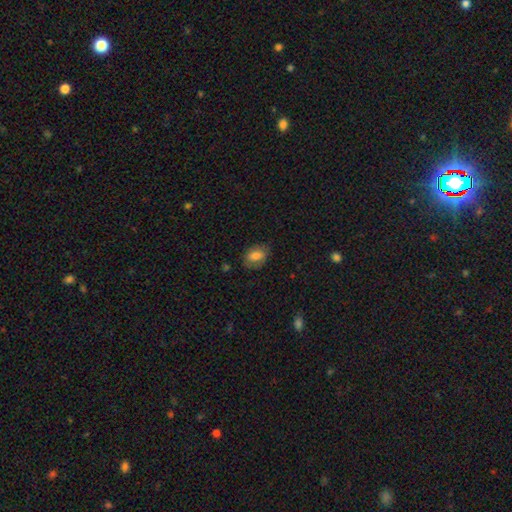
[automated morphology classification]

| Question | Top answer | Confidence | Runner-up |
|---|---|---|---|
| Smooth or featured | smooth | 78% | featured or disk (13%) |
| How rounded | in between | 79% | round (20%) |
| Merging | none | 76% | minor disturbance (18%) |